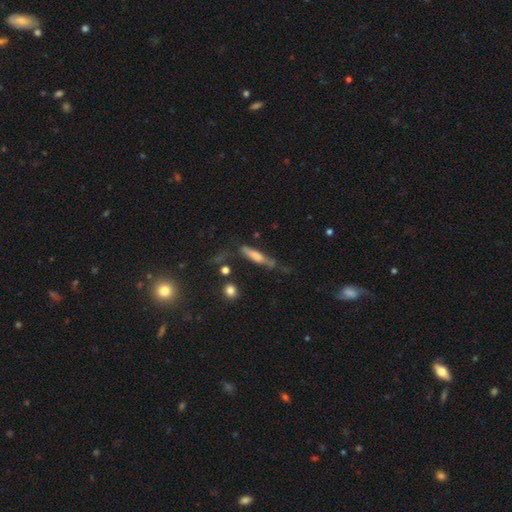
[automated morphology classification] Smooth or featured?
  - featured or disk: 45% *
  - smooth: 44%
  - star or artifact: 11%
Merging?
  - none: 52% *
  - minor disturbance: 26%
  - major disturbance: 15%
  - merger: 6%